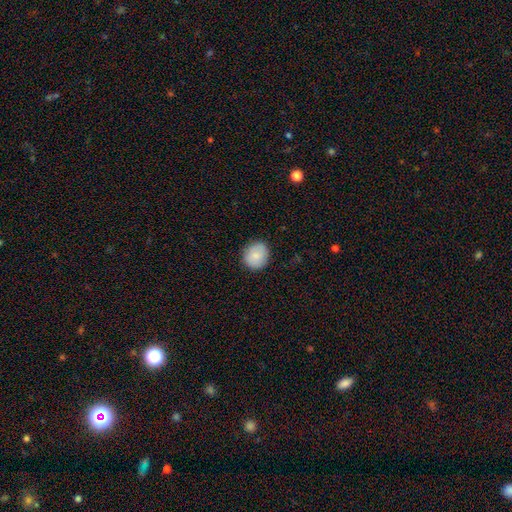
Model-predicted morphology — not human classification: Smooth or featured: smooth — 84% (featured or disk — 9%)
How rounded: round — 78% (in between — 21%)
Merging: none — 86% (minor disturbance — 10%)